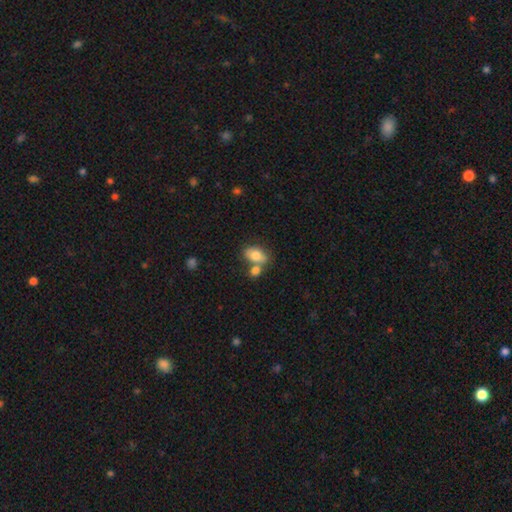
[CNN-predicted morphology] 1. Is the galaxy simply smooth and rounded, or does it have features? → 78% smooth, 14% featured or disk, 8% star or artifact.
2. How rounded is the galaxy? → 85% in between, 13% round, 2% cigar-shaped.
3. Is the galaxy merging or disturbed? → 47% none, 36% merger, 13% minor disturbance, 4% major disturbance.